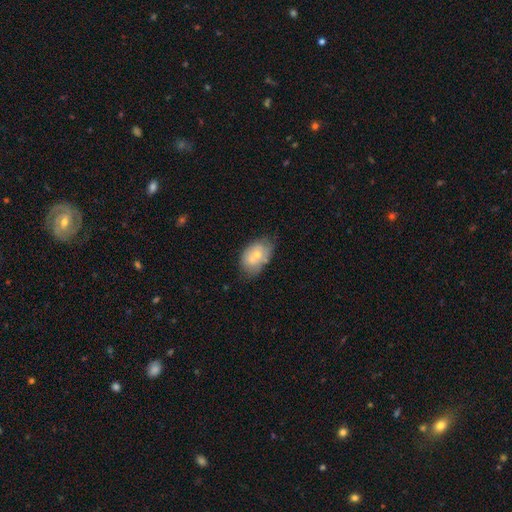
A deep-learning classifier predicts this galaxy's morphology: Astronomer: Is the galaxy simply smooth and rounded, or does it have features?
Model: smooth — 62%.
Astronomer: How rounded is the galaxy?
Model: in between — 85%.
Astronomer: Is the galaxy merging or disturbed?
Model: none — 52%.